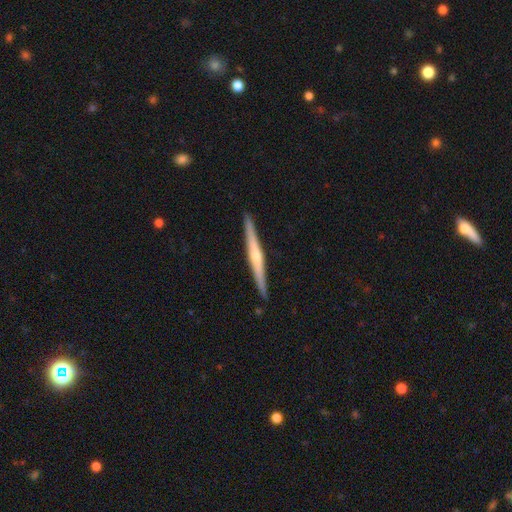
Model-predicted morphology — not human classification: Smooth or featured: featured or disk — 70% (smooth — 25%)
Edge-on disk: yes — 98% (no — 2%)
Edge-on bulge: rounded — 68% (none — 24%)
Merging: none — 91% (minor disturbance — 6%)